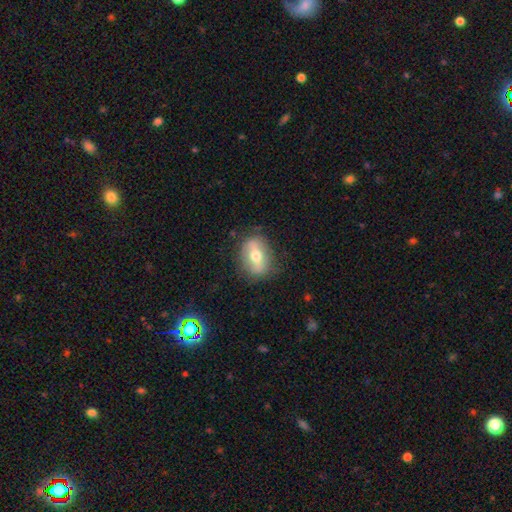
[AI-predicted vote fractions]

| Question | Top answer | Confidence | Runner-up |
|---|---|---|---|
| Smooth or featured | smooth | 47% | featured or disk (45%) |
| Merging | none | 77% | minor disturbance (16%) |